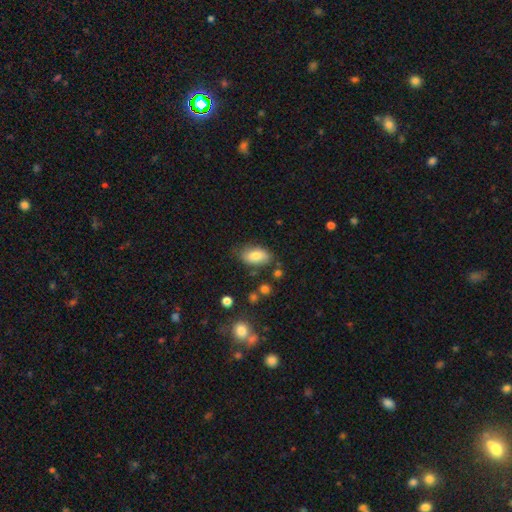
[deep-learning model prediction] Smooth or featured? Predicted: smooth (p=0.80). How rounded? Predicted: in between (p=0.92). Merging? Predicted: none (p=0.73).